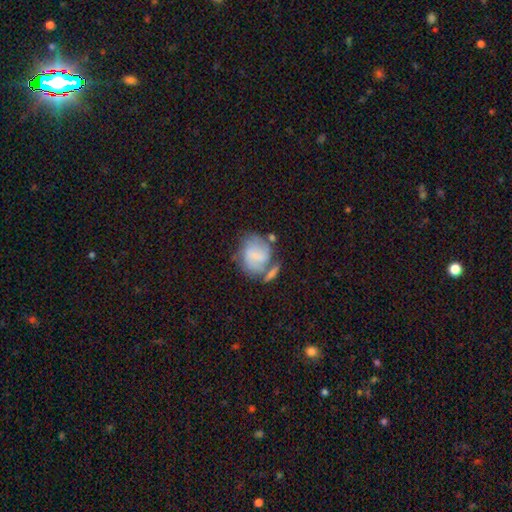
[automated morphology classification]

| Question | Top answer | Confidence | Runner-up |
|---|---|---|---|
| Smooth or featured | smooth | 55% | featured or disk (36%) |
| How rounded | round | 63% | in between (36%) |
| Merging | none | 39% | merger (25%) |